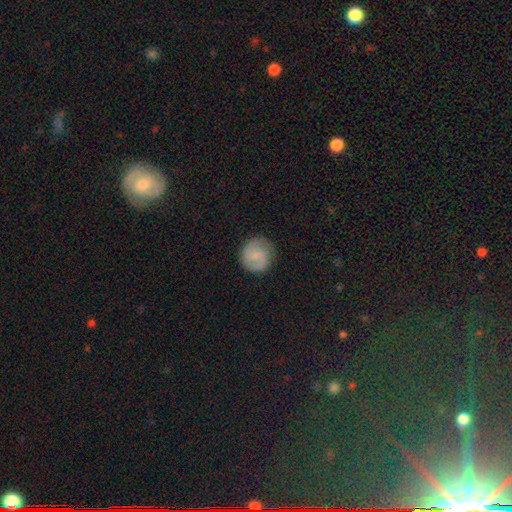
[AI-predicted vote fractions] A featured or disk galaxy (51%) with a weak bar (49%), spiral arms (89%) and a small central bulge (45%).

Vote fractions:
- Smooth or featured? featured or disk: 51% / smooth: 42% / star or artifact: 7%
- Edge-on disk? no: 98% / yes: 2%
- Bar? weak: 49% / no: 43% / strong: 8%
- Spiral arms? yes: 89% / no: 11%
- Bulge size? small: 45% / none: 28% / moderate: 24% / large: 2% / dominant: 1%
- Merging? none: 82% / minor disturbance: 13% / major disturbance: 4% / merger: 1%